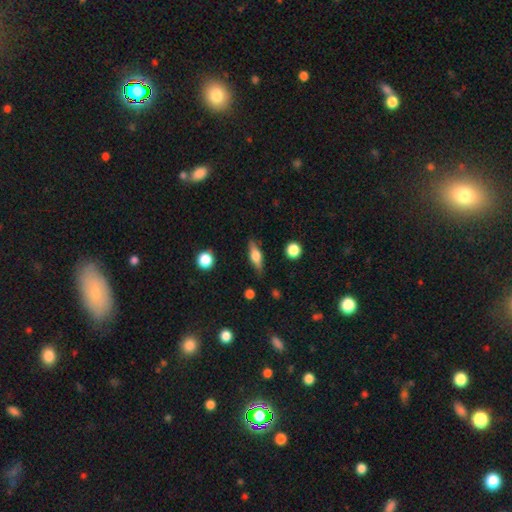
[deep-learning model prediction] This appears to be a smooth galaxy with no disk features (48%). Merging: none (83%).